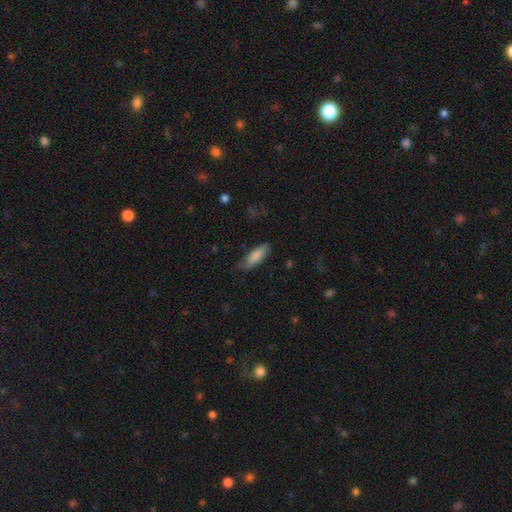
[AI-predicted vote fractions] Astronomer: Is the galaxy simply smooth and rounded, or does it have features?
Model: smooth — 83%.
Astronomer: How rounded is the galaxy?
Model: in between — 66%.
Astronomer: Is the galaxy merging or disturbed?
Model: none — 69%.